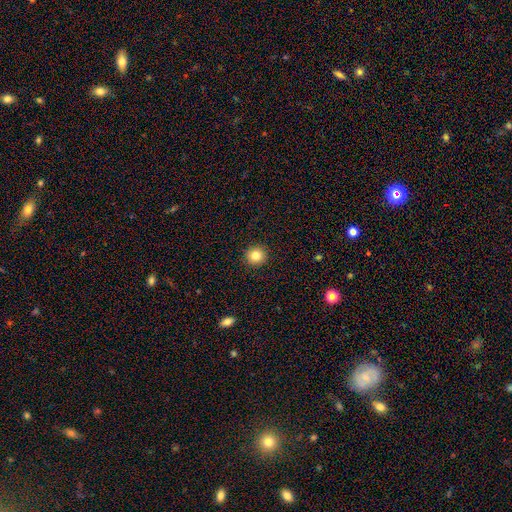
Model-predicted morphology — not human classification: Smooth or featured: smooth — 83% (star or artifact — 10%)
How rounded: round — 93% (in between — 6%)
Merging: none — 93% (minor disturbance — 5%)